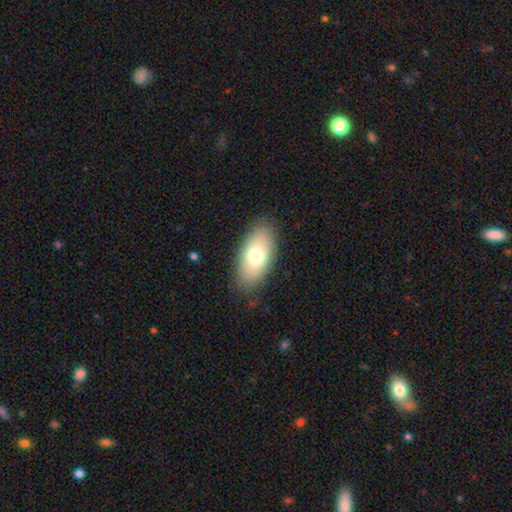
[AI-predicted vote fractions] A smooth galaxy with no disk features (71%) that is in between round and cigar-shaped (91%).

Vote fractions:
- Smooth or featured? smooth: 71% / featured or disk: 22% / star or artifact: 7%
- How rounded? in between: 91% / cigar-shaped: 5% / round: 4%
- Merging? none: 86% / minor disturbance: 10% / major disturbance: 3% / merger: 1%